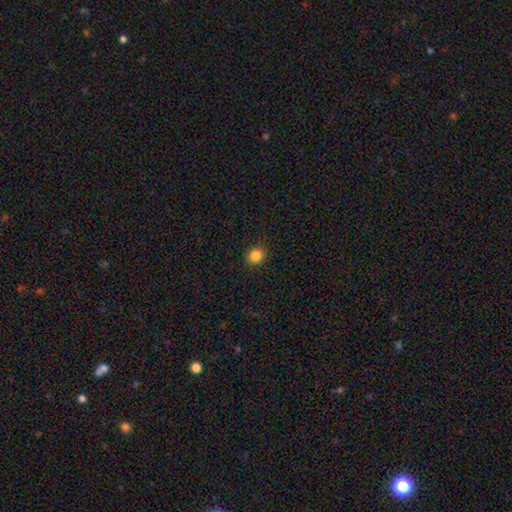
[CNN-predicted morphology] smooth 84%, star or artifact 11%, featured or disk 4%. Down the decision tree: how rounded — round (72%); merging — none (91%).